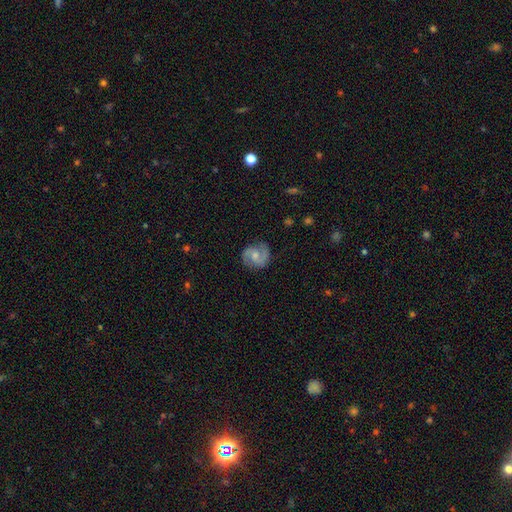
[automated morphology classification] The model was most divided on "bar": no: 47%, weak: 44%, strong: 9%. More confident: edge-on disk — no (98%); spiral arms — yes (96%); spiral arm count — 2 (92%); merging — none (82%); smooth or featured — featured or disk (80%); spiral winding — medium (55%); bulge size — moderate (55%).